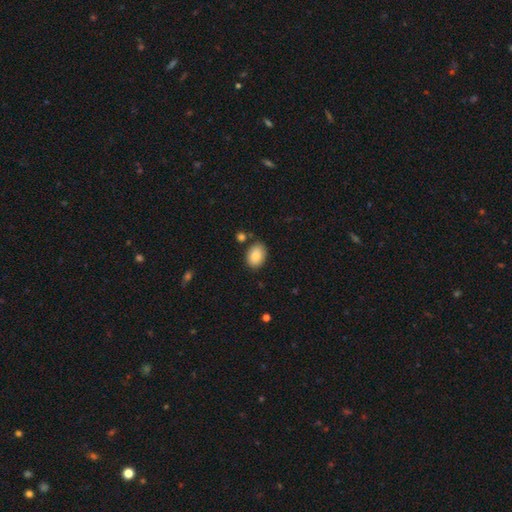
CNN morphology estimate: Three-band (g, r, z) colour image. It shows a smooth galaxy with no disk features (87%) that is in between round and cigar-shaped (77%). Merging: none (79%).